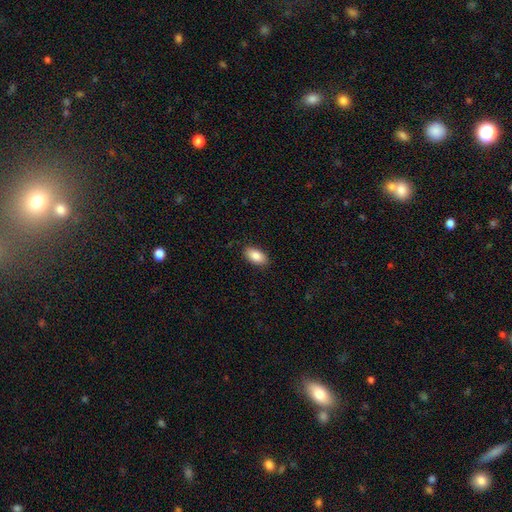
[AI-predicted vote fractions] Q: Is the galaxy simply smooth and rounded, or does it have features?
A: smooth — 88%.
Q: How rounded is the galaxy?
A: in between — 94%.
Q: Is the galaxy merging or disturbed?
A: none — 88%.